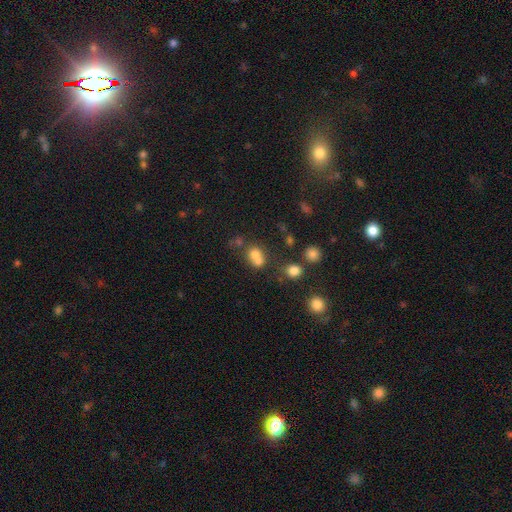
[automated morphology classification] Smooth or featured? smooth (71%)
How rounded? round (66%)
Merging? merger (56%)